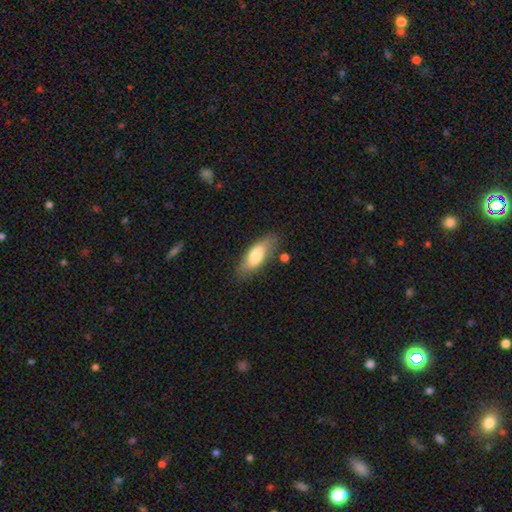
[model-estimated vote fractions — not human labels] Q: Smooth or featured?
A: smooth (73%); runner-up: featured or disk (21%)
Q: How rounded?
A: in between (73%); runner-up: cigar-shaped (25%)
Q: Merging?
A: none (75%); runner-up: minor disturbance (17%)